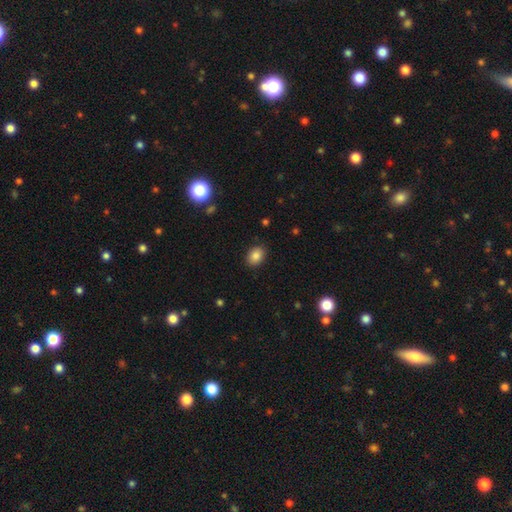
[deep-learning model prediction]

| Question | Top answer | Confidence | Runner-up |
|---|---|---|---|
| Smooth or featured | smooth | 85% | star or artifact (9%) |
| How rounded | in between | 67% | round (32%) |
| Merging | none | 88% | minor disturbance (8%) |